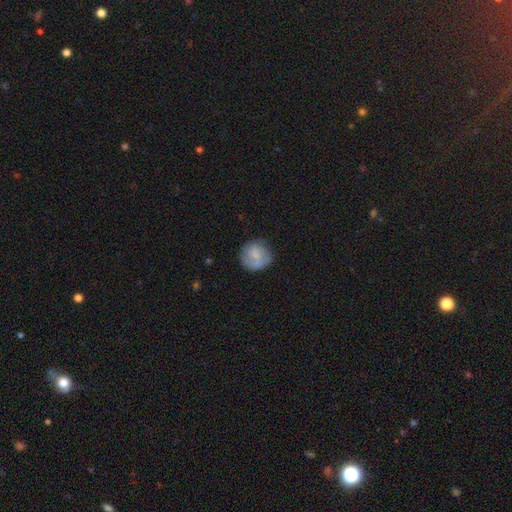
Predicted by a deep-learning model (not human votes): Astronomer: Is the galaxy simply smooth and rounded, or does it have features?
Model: smooth — 60%.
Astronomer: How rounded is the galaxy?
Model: round — 88%.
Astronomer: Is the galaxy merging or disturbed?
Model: none — 71%.